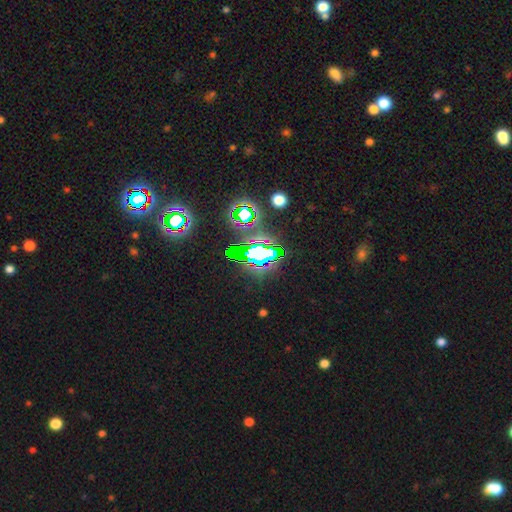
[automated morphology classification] A star or artifact, not a galaxy (69%).